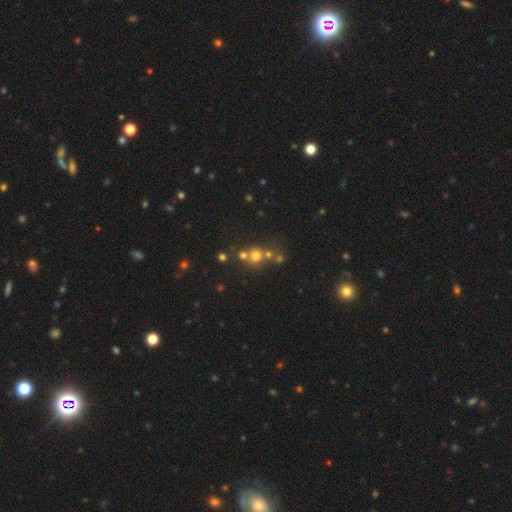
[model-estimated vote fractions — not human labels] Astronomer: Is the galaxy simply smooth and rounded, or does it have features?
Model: smooth — 64%.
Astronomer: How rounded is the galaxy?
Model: round — 88%.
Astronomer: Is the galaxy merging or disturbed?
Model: none — 52% (runner-up: merger, 36%).